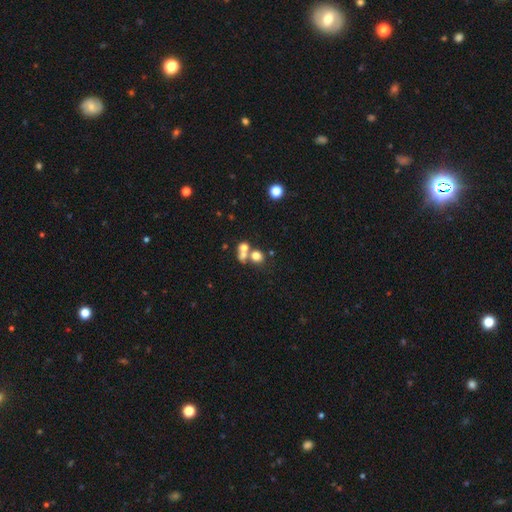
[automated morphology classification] Smooth or featured? smooth (69%)
How rounded? round (78%)
Merging? merger (48%)